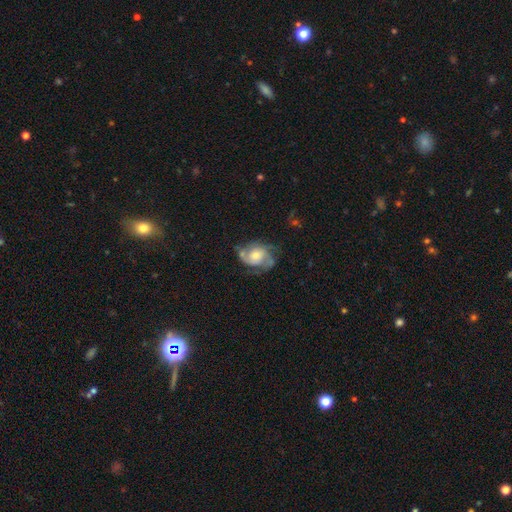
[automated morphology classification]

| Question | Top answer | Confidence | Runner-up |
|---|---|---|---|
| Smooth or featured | featured or disk | 77% | smooth (16%) |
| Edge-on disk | no | 97% | yes (3%) |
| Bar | no | 71% | weak (25%) |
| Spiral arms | yes | 92% | no (8%) |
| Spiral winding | medium | 47% | tight (34%) |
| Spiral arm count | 2 | 49% | 3 (23%) |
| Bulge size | moderate | 54% | small (27%) |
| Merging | none | 58% | minor disturbance (24%) |